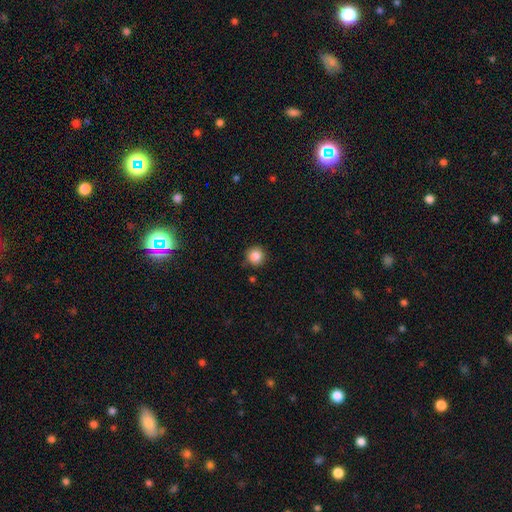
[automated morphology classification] Overall: smooth (85%). How rounded: round (95%). Merging: none (87%).